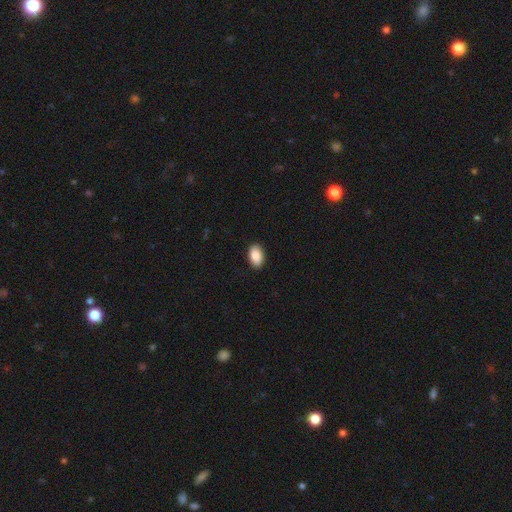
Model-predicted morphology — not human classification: This appears to be a smooth galaxy with no disk features (89%) that is in between round and cigar-shaped (92%). Merging: none (90%).